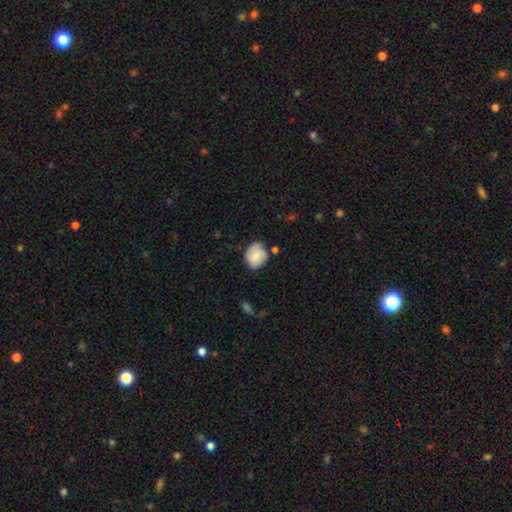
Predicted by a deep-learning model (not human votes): Overall: smooth (62%; featured or disk 31%). How rounded: round (63%; in between 36%). Merging: none (63%; minor disturbance 25%).